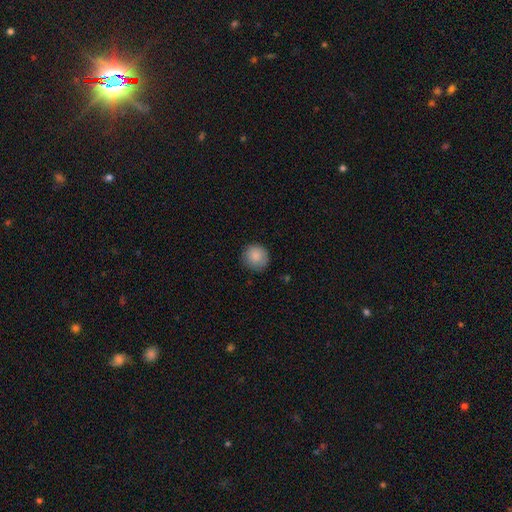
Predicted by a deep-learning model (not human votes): Smooth or featured?
  - smooth: 86% *
  - star or artifact: 8%
  - featured or disk: 6%
How rounded?
  - round: 92% *
  - in between: 7%
  - cigar-shaped: 1%
Merging?
  - none: 82% *
  - minor disturbance: 14%
  - major disturbance: 3%
  - merger: 1%